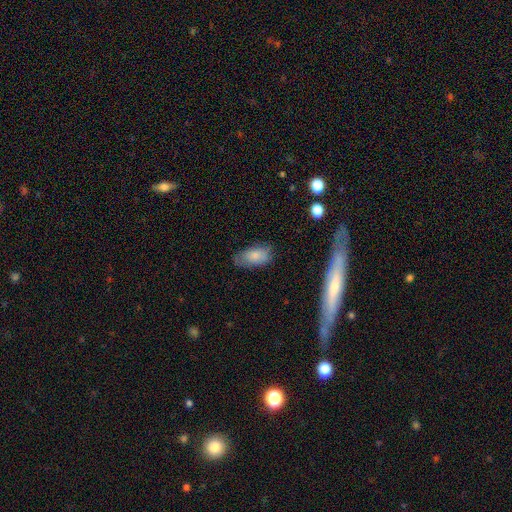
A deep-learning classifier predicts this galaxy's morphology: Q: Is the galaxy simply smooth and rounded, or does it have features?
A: smooth — 81%.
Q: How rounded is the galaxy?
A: in between — 93%.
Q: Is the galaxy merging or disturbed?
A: none — 66%.